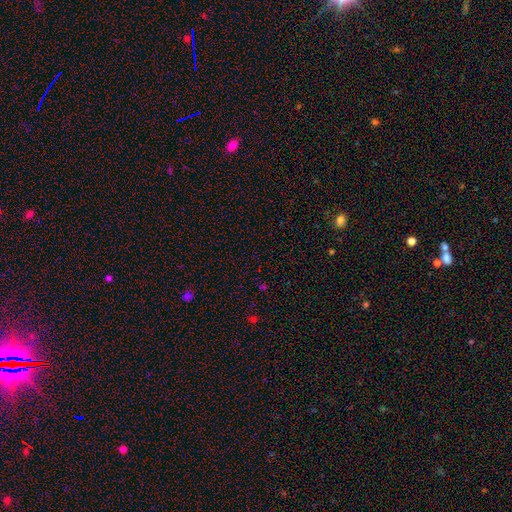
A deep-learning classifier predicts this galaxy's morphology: Overall: star or artifact (65%; smooth 28%).